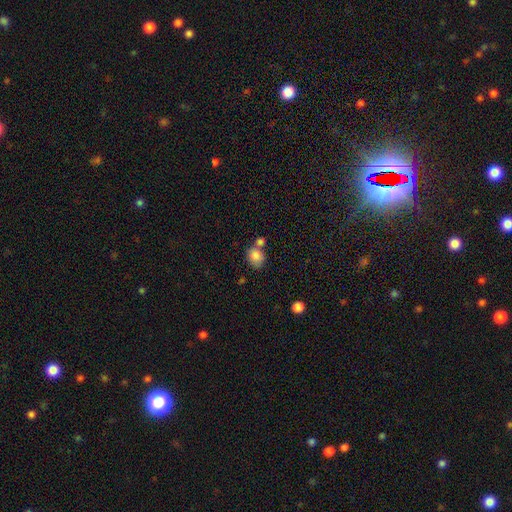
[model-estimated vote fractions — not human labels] Q: Smooth or featured?
A: smooth (84%); runner-up: star or artifact (9%)
Q: How rounded?
A: round (58%); runner-up: in between (41%)
Q: Merging?
A: none (47%); runner-up: merger (35%)